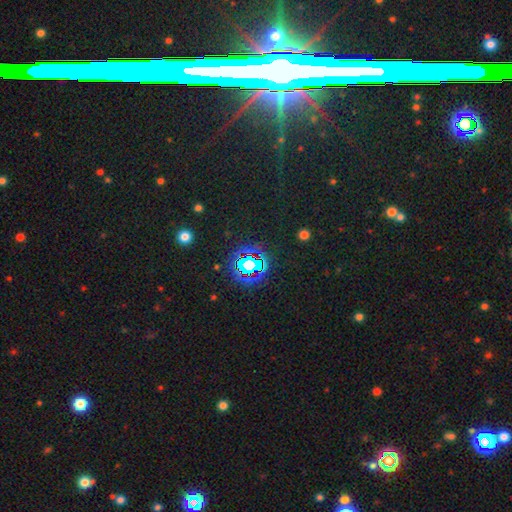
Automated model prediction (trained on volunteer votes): This is likely a star or artifact rather than a galaxy (75%).